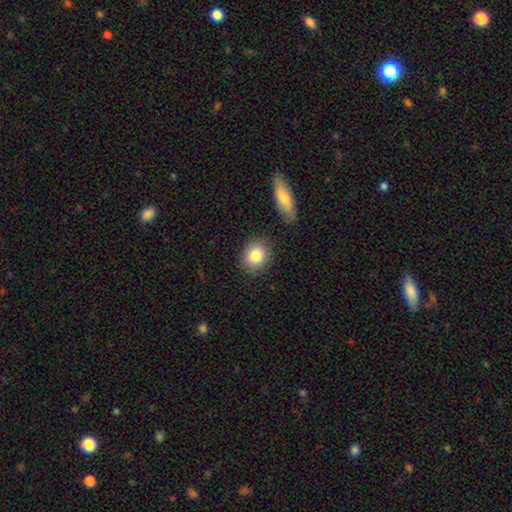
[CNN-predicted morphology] Q: Smooth or featured?
A: smooth (83%); runner-up: featured or disk (9%)
Q: How rounded?
A: round (70%); runner-up: in between (29%)
Q: Merging?
A: none (83%); runner-up: minor disturbance (11%)